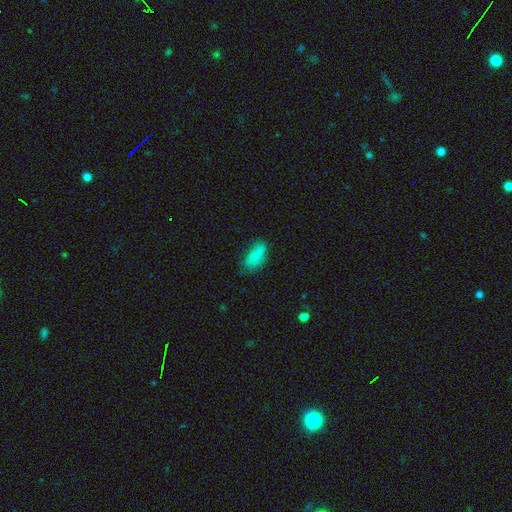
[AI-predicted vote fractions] Smooth or featured? Predicted: smooth (p=0.72). How rounded? Predicted: in between (p=0.90). Merging? Predicted: none (p=0.58).